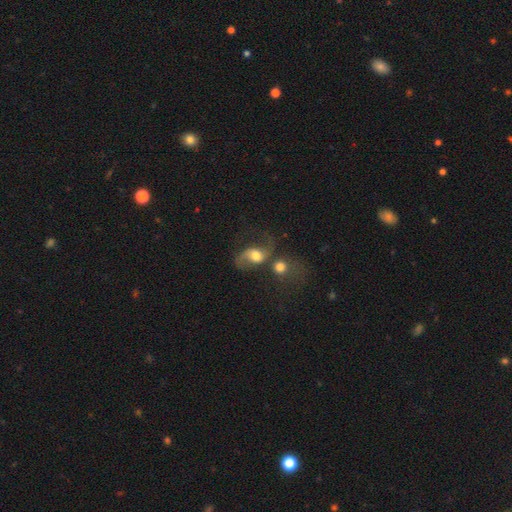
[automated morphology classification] This appears to be a featured or disk galaxy (58%) with no bar (59%), spiral arms (86%) and a moderate central bulge (59%). Merging: merger (35%).